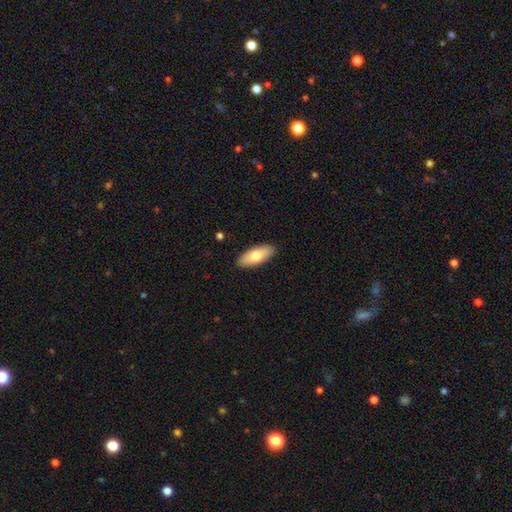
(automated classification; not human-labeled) smooth 74%, featured or disk 21%, star or artifact 6%. Down the decision tree: how rounded — in between (82%); merging — none (90%).